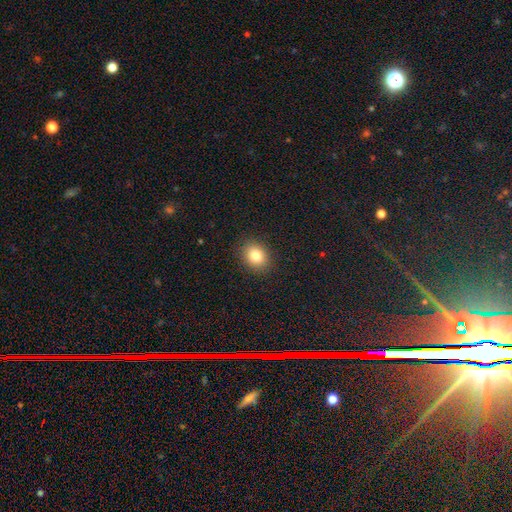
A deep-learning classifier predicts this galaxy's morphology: Smooth or featured? smooth (82%)
How rounded? round (52%)
Merging? none (90%)